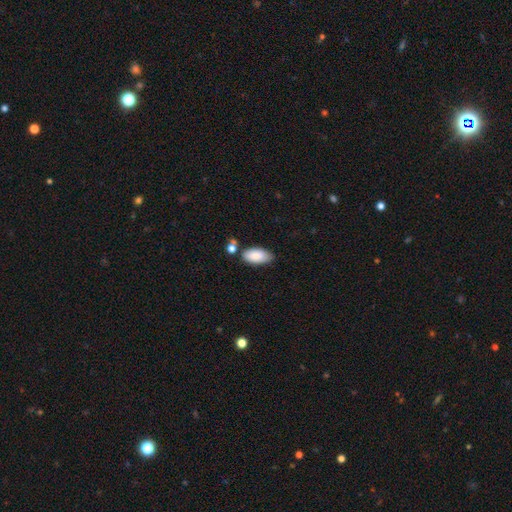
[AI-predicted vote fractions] Smooth or featured?
  - smooth: 87% *
  - star or artifact: 6%
  - featured or disk: 6%
How rounded?
  - in between: 93% *
  - cigar-shaped: 5%
  - round: 2%
Merging?
  - none: 68% *
  - minor disturbance: 19%
  - merger: 10%
  - major disturbance: 4%